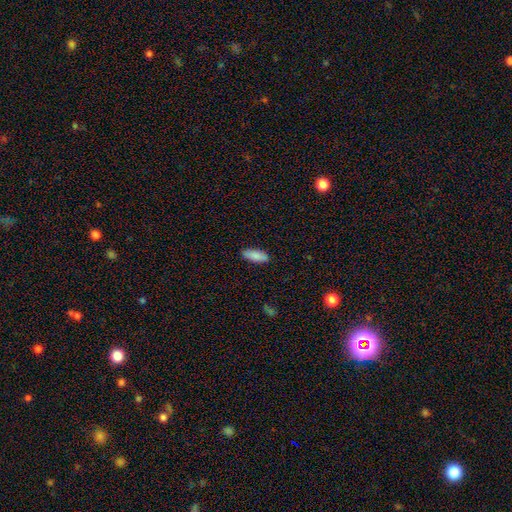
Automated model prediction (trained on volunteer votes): A smooth galaxy with no disk features (87%) that is in between round and cigar-shaped (73%).

Vote fractions:
- Smooth or featured? smooth: 87% / featured or disk: 7% / star or artifact: 6%
- How rounded? in between: 73% / cigar-shaped: 25% / round: 2%
- Merging? none: 88% / minor disturbance: 9% / major disturbance: 2% / merger: 1%